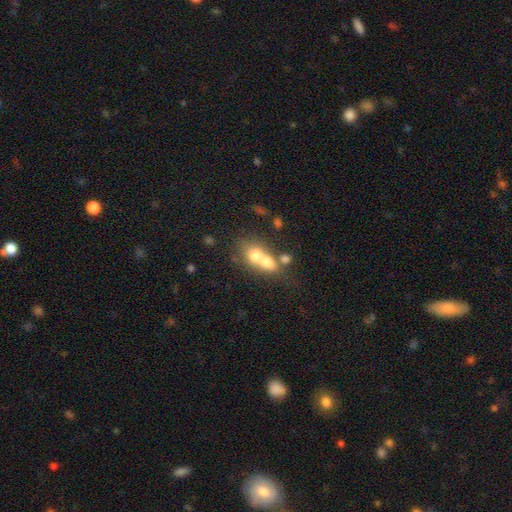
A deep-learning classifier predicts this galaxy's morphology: This appears to be a smooth galaxy with no disk features (65%) that is in between round and cigar-shaped (50%). Merging: merger (70%).